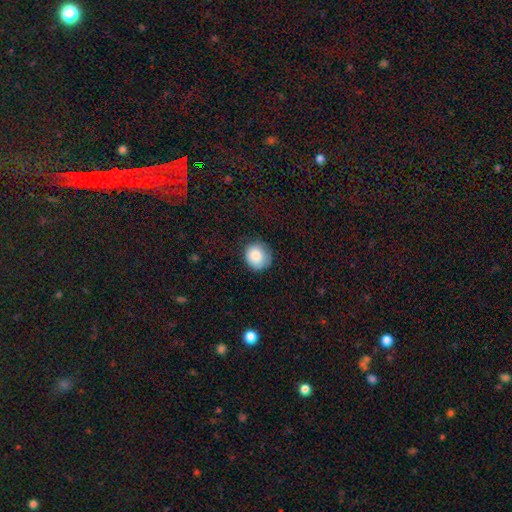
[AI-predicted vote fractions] Smooth or featured? Predicted: smooth (p=0.85). How rounded? Predicted: round (p=0.84). Merging? Predicted: none (p=0.75).